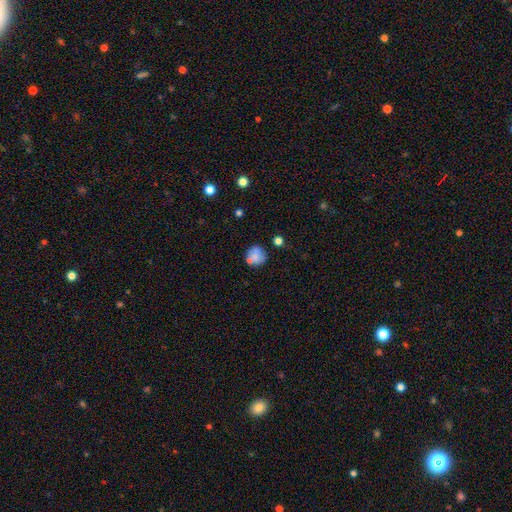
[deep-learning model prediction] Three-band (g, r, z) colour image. It shows a smooth galaxy with no disk features (73%) that is round (87%). Merging: none (62%).